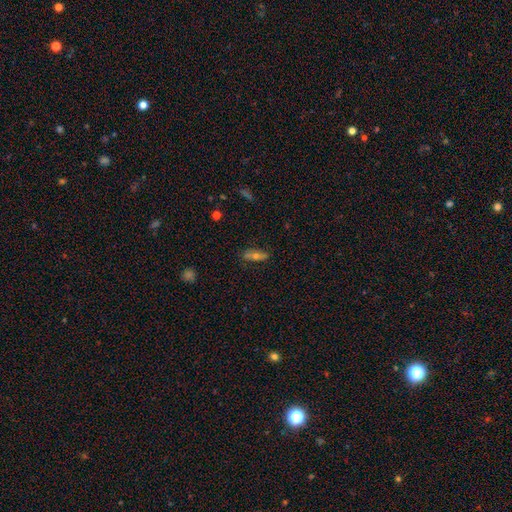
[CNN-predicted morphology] type=smooth (46%); merging=none (82%).